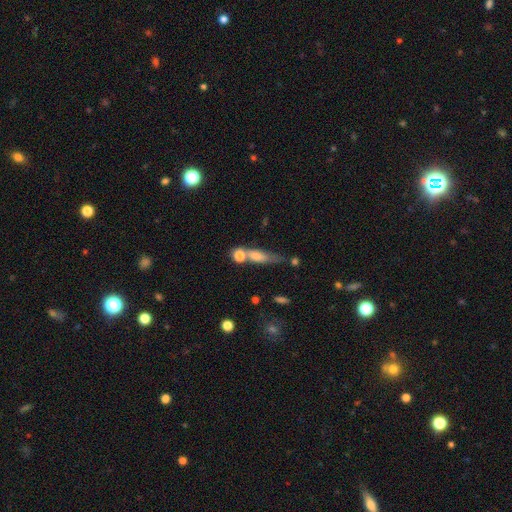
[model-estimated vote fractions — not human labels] smooth 62%, featured or disk 27%, star or artifact 11%. Down the decision tree: how rounded — cigar-shaped (58%); merging — none (45%).